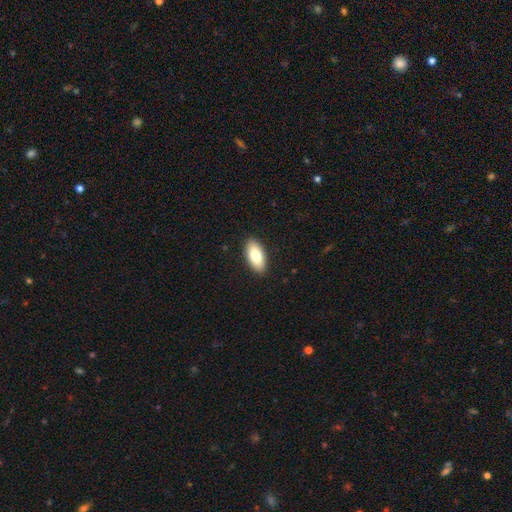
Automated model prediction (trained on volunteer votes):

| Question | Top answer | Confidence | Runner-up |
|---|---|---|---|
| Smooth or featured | smooth | 79% | featured or disk (15%) |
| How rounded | in between | 90% | cigar-shaped (7%) |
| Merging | none | 90% | minor disturbance (7%) |